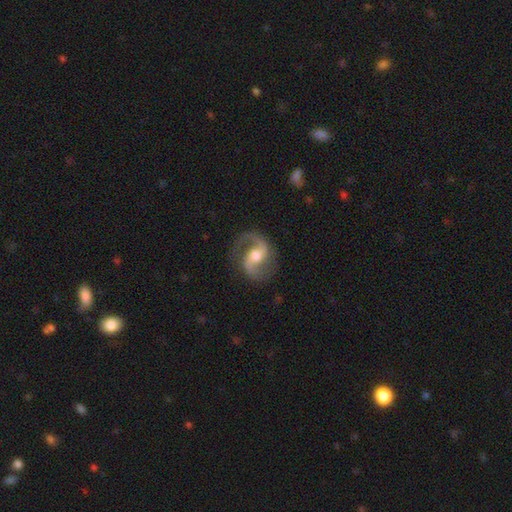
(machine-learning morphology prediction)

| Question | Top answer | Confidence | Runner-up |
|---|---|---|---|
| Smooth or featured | featured or disk | 91% | smooth (5%) |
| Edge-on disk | no | 98% | yes (2%) |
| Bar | weak | 46% | no (36%) |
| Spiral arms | yes | 98% | no (2%) |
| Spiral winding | medium | 56% | loose (32%) |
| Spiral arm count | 2 | 93% | 1 (3%) |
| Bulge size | moderate | 66% | small (20%) |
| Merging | none | 80% | minor disturbance (13%) |